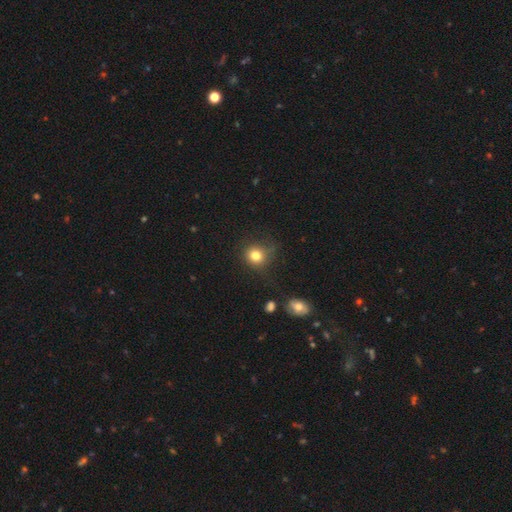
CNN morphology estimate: type=smooth (79%); roundness=round (86%); merging=none (69%).